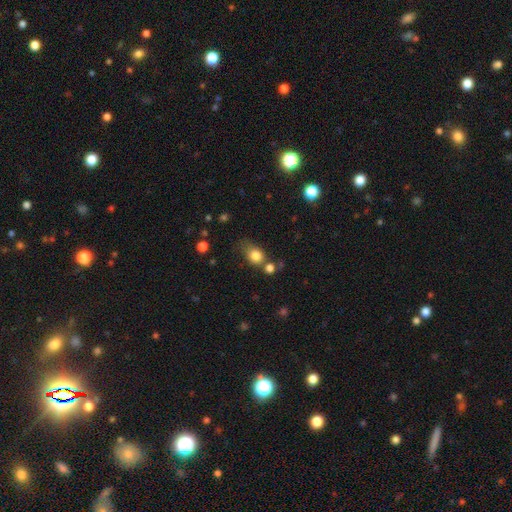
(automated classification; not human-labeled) Smooth or featured: smooth — 82% (star or artifact — 11%)
How rounded: round — 53% (in between — 46%)
Merging: none — 47% (minor disturbance — 26%)